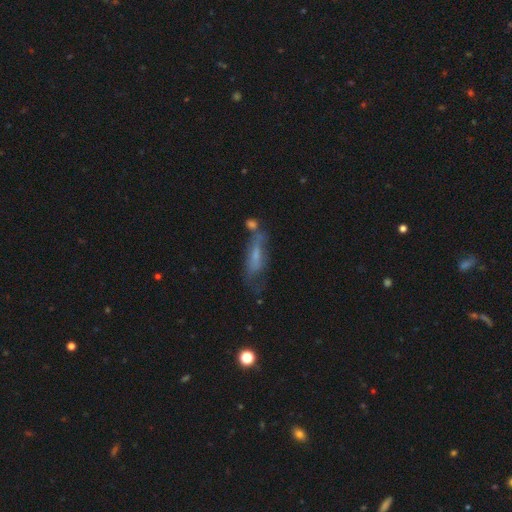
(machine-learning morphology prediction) Overall: featured or disk (45%; smooth 43%). Merging: none (40%; minor disturbance 24%).